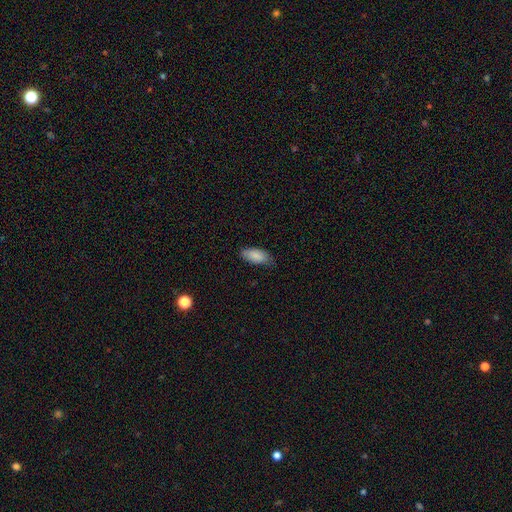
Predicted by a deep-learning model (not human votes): A smooth galaxy with no disk features (87%) that is in between round and cigar-shaped (89%).

Vote fractions:
- Smooth or featured? smooth: 87% / featured or disk: 7% / star or artifact: 6%
- How rounded? in between: 89% / cigar-shaped: 9% / round: 2%
- Merging? none: 71% / minor disturbance: 24% / major disturbance: 4% / merger: 1%